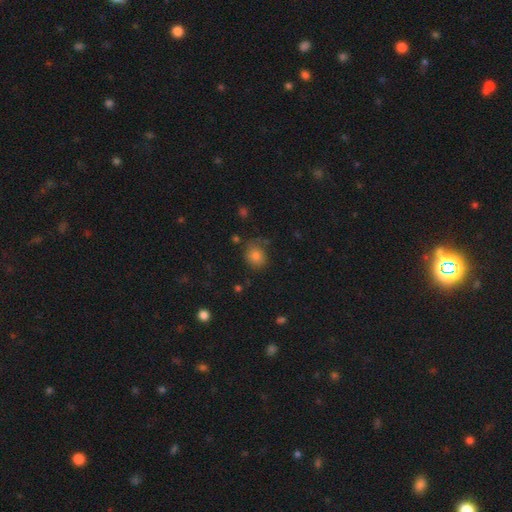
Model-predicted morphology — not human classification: The model was most divided on "how rounded": round: 68%, in between: 31%, cigar-shaped: 1%. More confident: smooth or featured — smooth (80%); merging — none (72%).